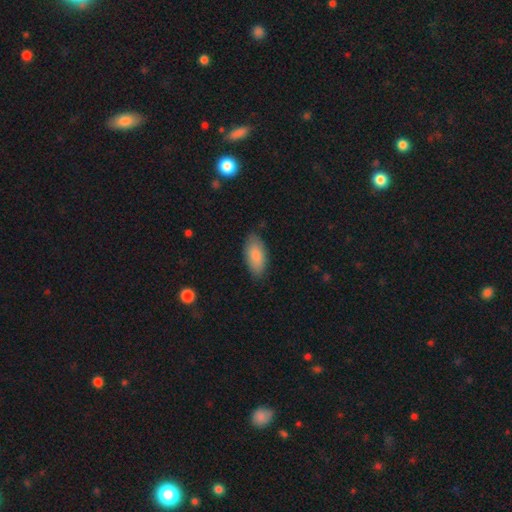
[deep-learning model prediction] Smooth or featured? Predicted: smooth (p=0.86). How rounded? Predicted: in between (p=0.91). Merging? Predicted: none (p=0.82).